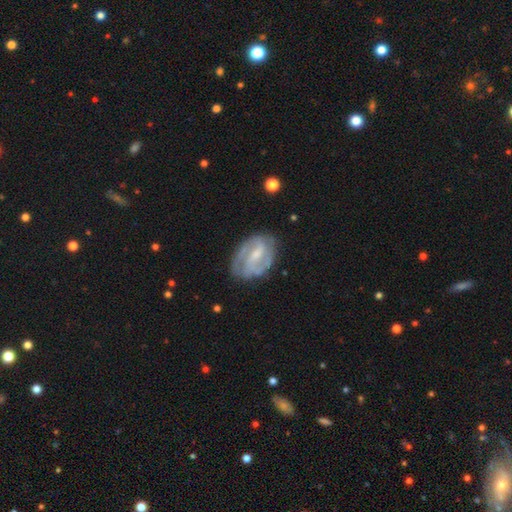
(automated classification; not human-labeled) A featured or disk galaxy (81%) with a weak bar (51%), 2 (69%) medium (44%) spiral arms (90%) and a small central bulge (48%). Merging: none (69%).